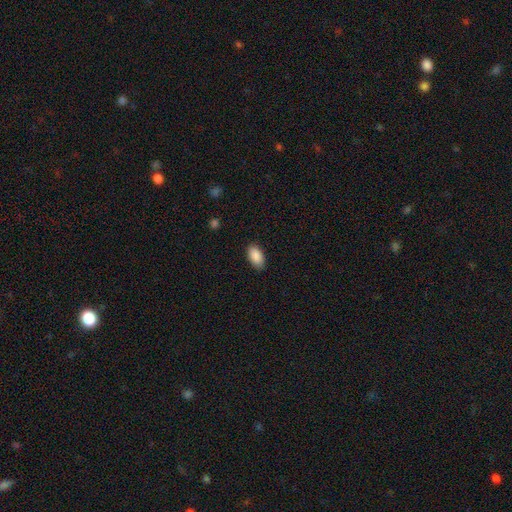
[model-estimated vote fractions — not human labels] A smooth galaxy with no disk features (90%) that is in between round and cigar-shaped (94%). Merging: none (86%).